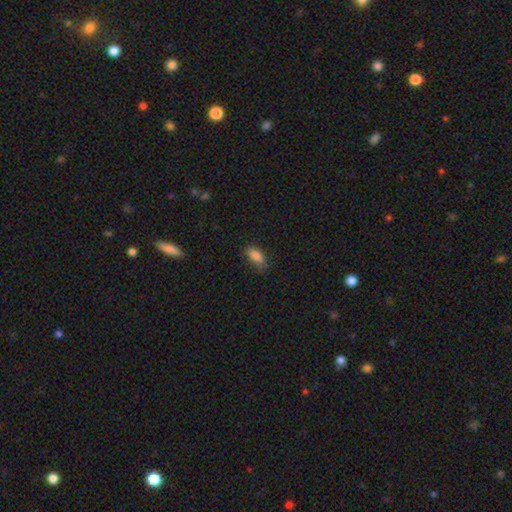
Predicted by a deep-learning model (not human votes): Morphology: type=smooth (86%); roundness=in between (87%); merging=none (67%).